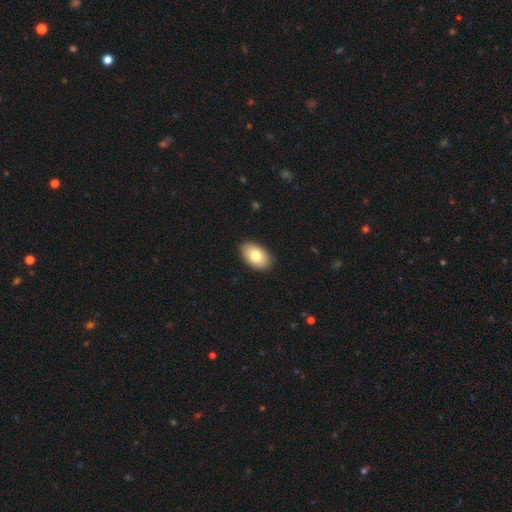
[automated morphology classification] Smooth or featured: smooth — 79% (featured or disk — 14%)
How rounded: in between — 92% (round — 7%)
Merging: none — 89% (minor disturbance — 8%)